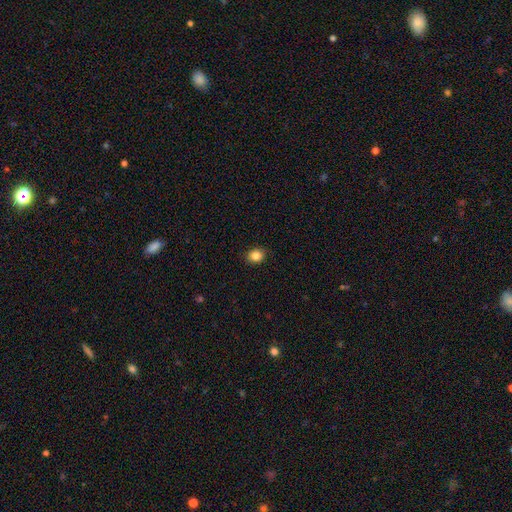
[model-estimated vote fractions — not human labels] smooth_or_featured: smooth (p=0.85) [alt: star or artifact p=0.10]
how_rounded: round (p=0.64) [alt: in between p=0.35]
merging: none (p=0.90) [alt: minor disturbance p=0.07]